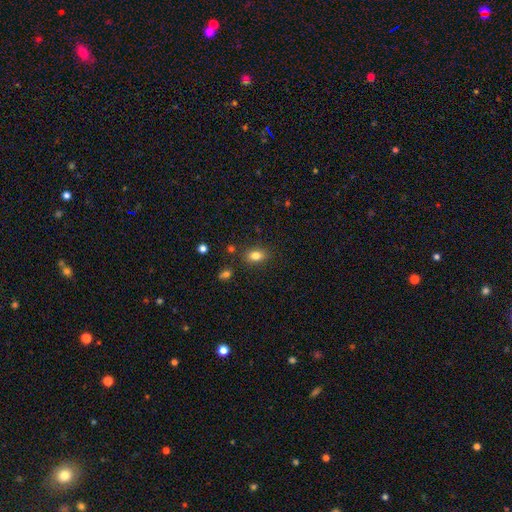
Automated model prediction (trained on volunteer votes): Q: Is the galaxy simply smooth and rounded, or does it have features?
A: smooth — 82%.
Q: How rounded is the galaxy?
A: in between — 81%.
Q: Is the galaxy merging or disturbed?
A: none — 83%.